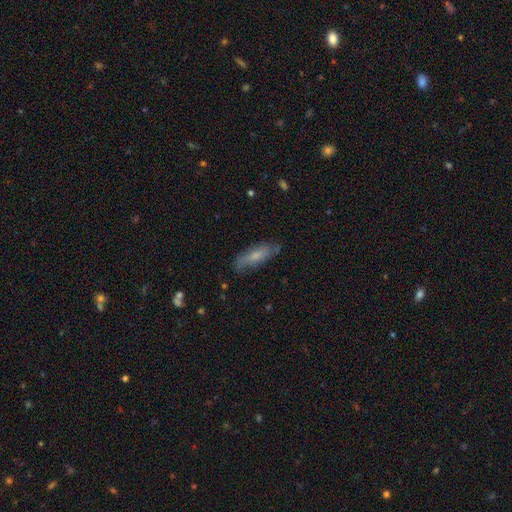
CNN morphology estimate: smooth-or-featured: smooth: 55% | featured or disk: 37% | star or artifact: 8%
  how-rounded: cigar-shaped: 53% | in between: 45% | round: 2%
  merging: none: 71% | minor disturbance: 21% | major disturbance: 6% | merger: 2%